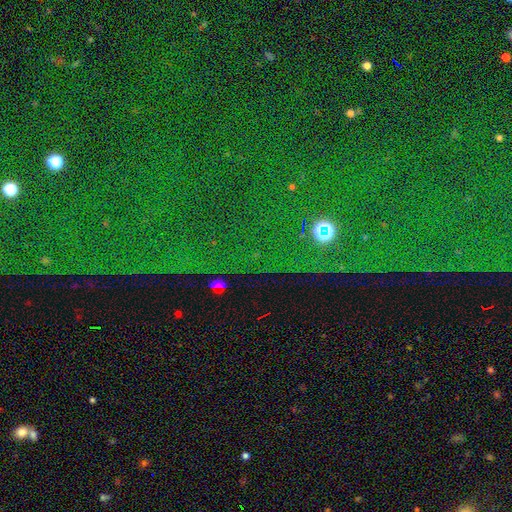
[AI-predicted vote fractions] Smooth or featured: star or artifact — 81% (smooth — 10%)